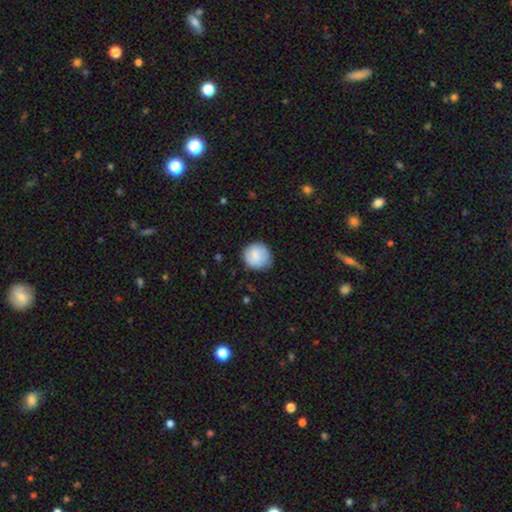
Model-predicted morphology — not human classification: This appears to be a smooth galaxy with no disk features (81%) that is round (90%). Merging: none (80%).